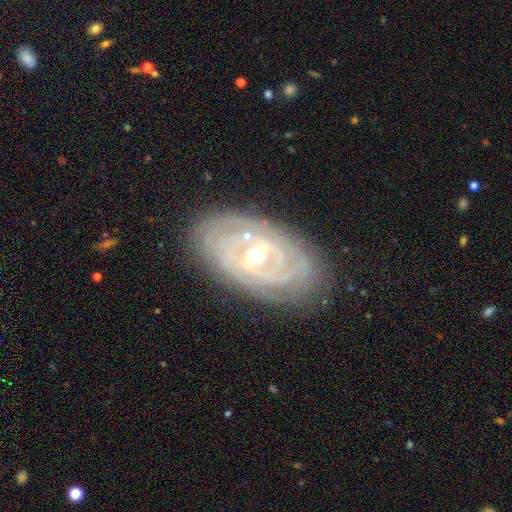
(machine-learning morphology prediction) A featured or disk galaxy (86%) with a weak bar (38%), tight (80%) spiral arms (91%) and a moderate central bulge (68%).

Vote fractions:
- Smooth or featured? featured or disk: 86% / smooth: 8% / star or artifact: 6%
- Edge-on disk? no: 93% / yes: 7%
- Bar? weak: 38% / no: 37% / strong: 25%
- Spiral arms? yes: 91% / no: 9%
- Spiral winding? tight: 80% / medium: 16% / loose: 4%
- Spiral arm count? can't tell: 38% / 2: 24% / 3: 16% / 4: 10% / more than 4: 7% / 1: 5%
- Bulge size? moderate: 68% / small: 26% / large: 4% / dominant: 1% / none: 1%
- Merging? none: 81% / minor disturbance: 14% / major disturbance: 4% / merger: 1%